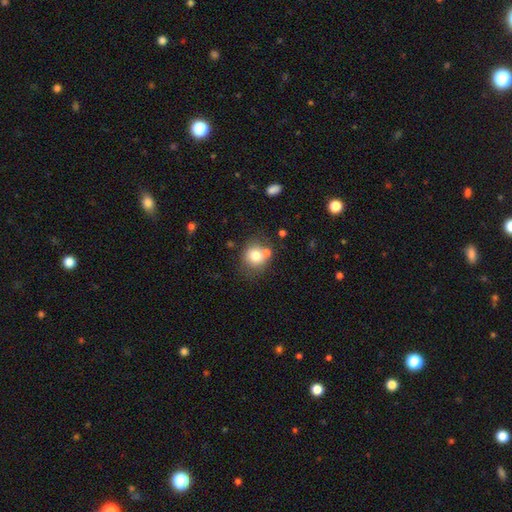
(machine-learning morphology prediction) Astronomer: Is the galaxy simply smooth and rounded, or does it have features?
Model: smooth — 74%.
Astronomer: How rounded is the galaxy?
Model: round — 83%.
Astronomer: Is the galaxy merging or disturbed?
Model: none — 59%.